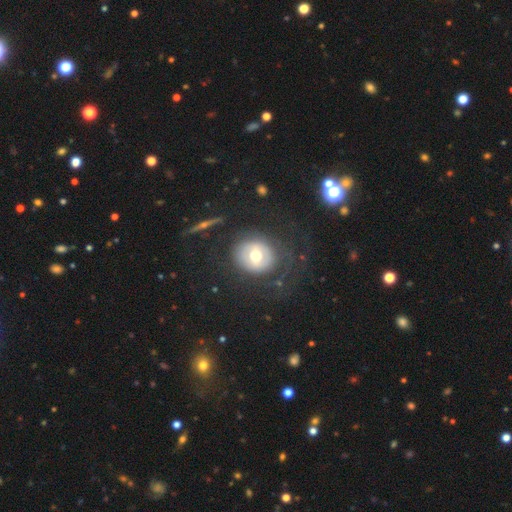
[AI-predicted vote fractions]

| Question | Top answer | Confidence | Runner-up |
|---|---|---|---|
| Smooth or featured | smooth | 50% | featured or disk (40%) |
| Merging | none | 71% | major disturbance (14%) |